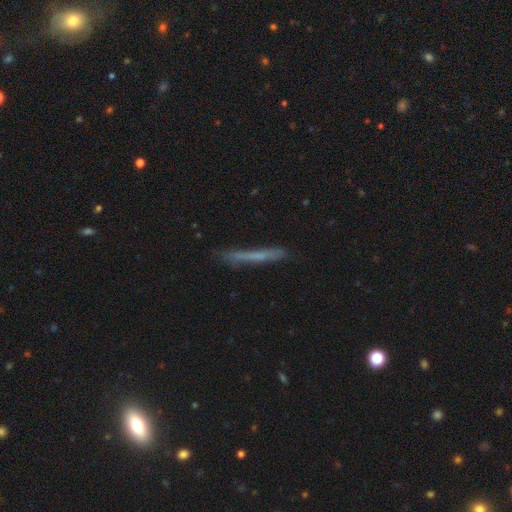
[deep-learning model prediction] Overall: smooth (53%; featured or disk 39%). How rounded: cigar-shaped (96%). Merging: none (78%).